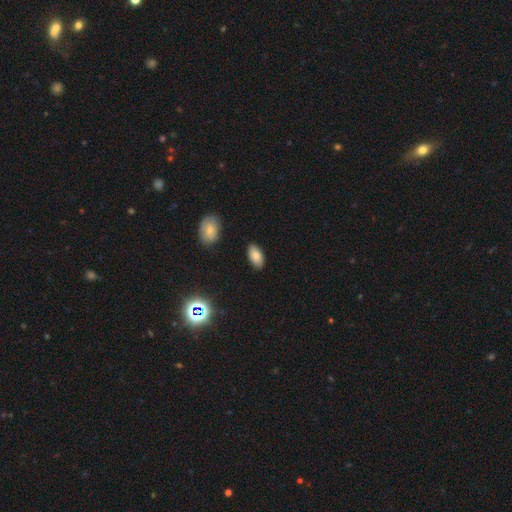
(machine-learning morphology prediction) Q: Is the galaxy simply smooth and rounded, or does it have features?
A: smooth — 81%.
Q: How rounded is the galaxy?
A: in between — 94%.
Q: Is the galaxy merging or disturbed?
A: none — 88%.